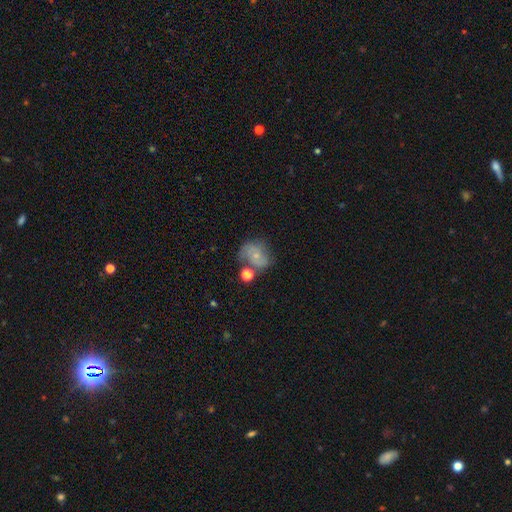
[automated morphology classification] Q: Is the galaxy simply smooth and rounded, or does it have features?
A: featured or disk — 47%.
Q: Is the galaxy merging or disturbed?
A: none — 48%.